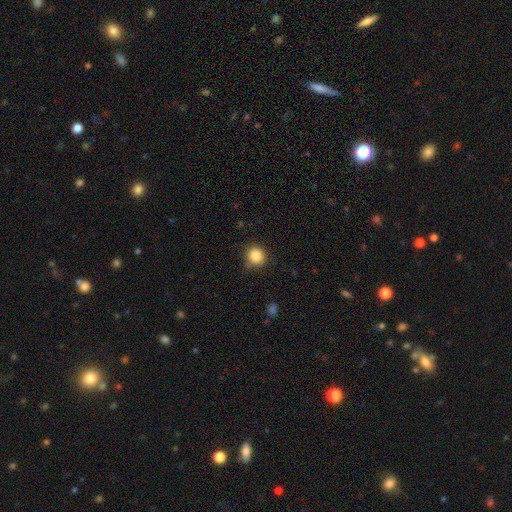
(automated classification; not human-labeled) Smooth or featured? smooth (84%)
How rounded? round (91%)
Merging? none (84%)